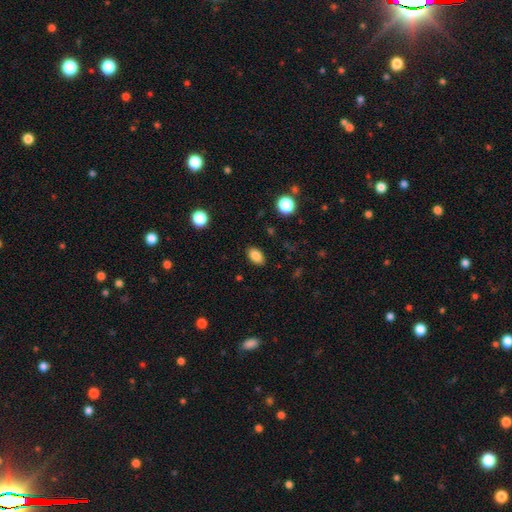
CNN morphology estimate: Q: Smooth or featured?
A: smooth (85%); runner-up: star or artifact (10%)
Q: How rounded?
A: in between (87%); runner-up: round (11%)
Q: Merging?
A: none (88%); runner-up: minor disturbance (9%)